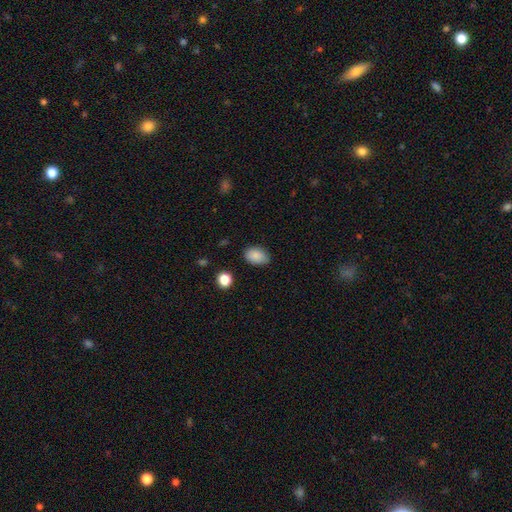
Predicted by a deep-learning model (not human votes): smooth_or_featured: smooth (p=0.87) [alt: star or artifact p=0.08]
how_rounded: in between (p=0.84) [alt: round p=0.15]
merging: none (p=0.78) [alt: minor disturbance p=0.17]